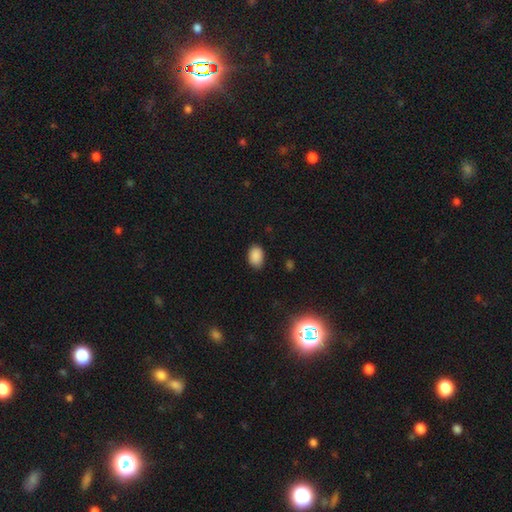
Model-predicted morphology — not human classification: Smooth or featured? smooth (88%)
How rounded? in between (83%)
Merging? none (83%)